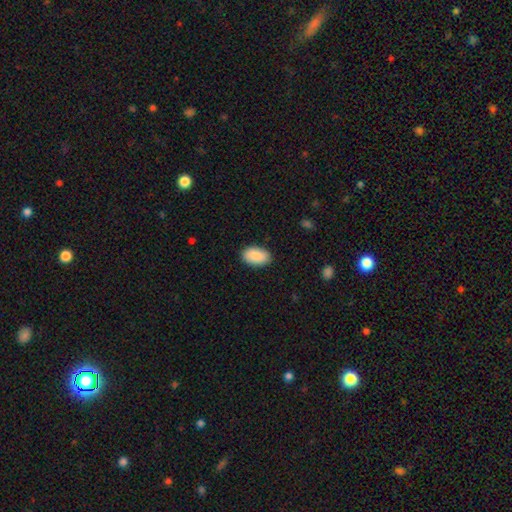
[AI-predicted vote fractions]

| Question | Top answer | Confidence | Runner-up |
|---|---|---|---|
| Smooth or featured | smooth | 89% | star or artifact (6%) |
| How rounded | in between | 94% | round (5%) |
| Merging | none | 88% | minor disturbance (9%) |